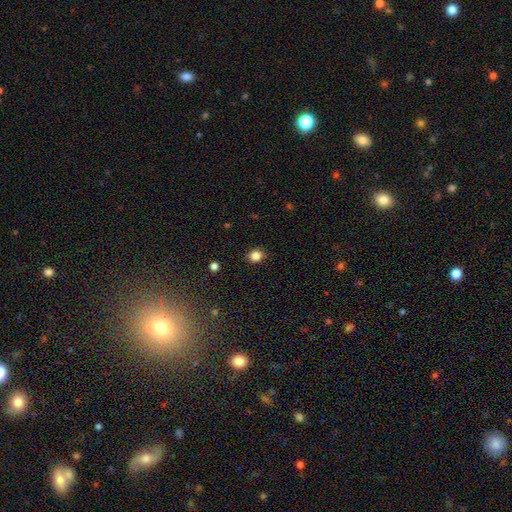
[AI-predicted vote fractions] Smooth or featured? Predicted: smooth (p=0.85). How rounded? Predicted: round (p=0.62). Merging? Predicted: none (p=0.89).